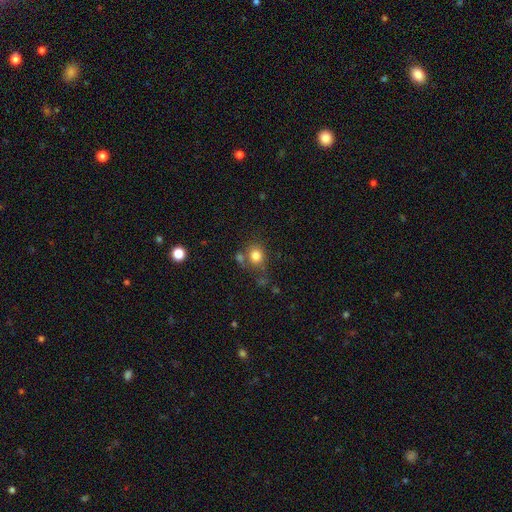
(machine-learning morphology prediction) Smooth or featured: smooth — 81% (star or artifact — 11%)
How rounded: round — 76% (in between — 23%)
Merging: none — 64% (merger — 17%)